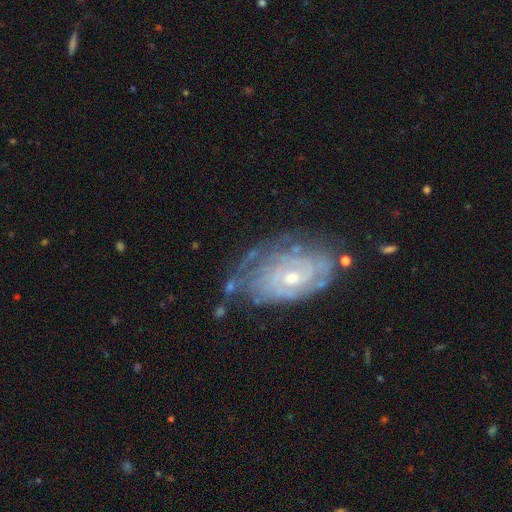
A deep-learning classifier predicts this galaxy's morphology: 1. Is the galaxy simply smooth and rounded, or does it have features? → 80% featured or disk, 12% smooth, 8% star or artifact.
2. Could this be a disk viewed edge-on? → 95% no, 5% yes.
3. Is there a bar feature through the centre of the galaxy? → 59% no, 33% weak, 8% strong.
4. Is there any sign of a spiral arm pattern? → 91% yes, 9% no.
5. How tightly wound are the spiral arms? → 74% tight, 21% medium, 5% loose.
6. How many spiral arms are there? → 48% can't tell, 21% 2, 12% 3, 8% 4, 5% more than 4, 5% 1.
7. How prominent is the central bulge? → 55% small, 40% moderate, 2% large, 2% none, 1% dominant.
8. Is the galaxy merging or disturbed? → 59% none, 26% minor disturbance, 11% major disturbance, 4% merger.